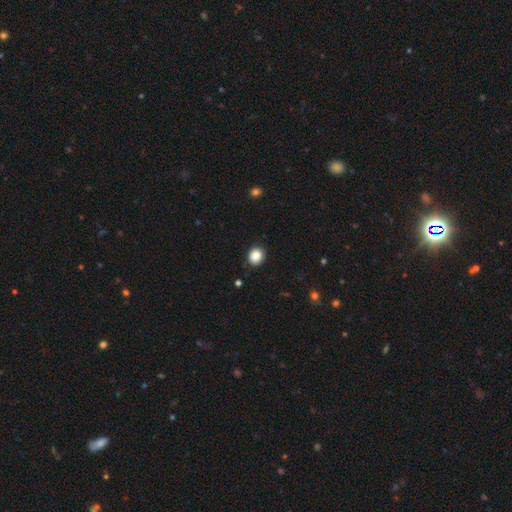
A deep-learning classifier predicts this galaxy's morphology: Smooth or featured? Predicted: smooth (p=0.86). How rounded? Predicted: round (p=0.70). Merging? Predicted: none (p=0.89).